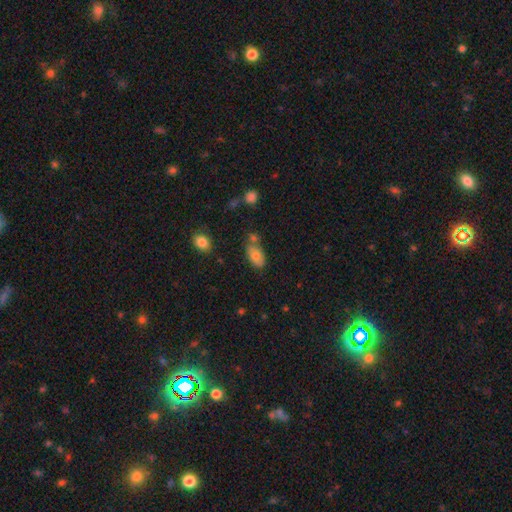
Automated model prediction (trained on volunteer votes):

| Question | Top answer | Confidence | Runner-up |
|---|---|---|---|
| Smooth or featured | smooth | 75% | featured or disk (17%) |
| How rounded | in between | 92% | round (6%) |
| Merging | none | 61% | minor disturbance (18%) |